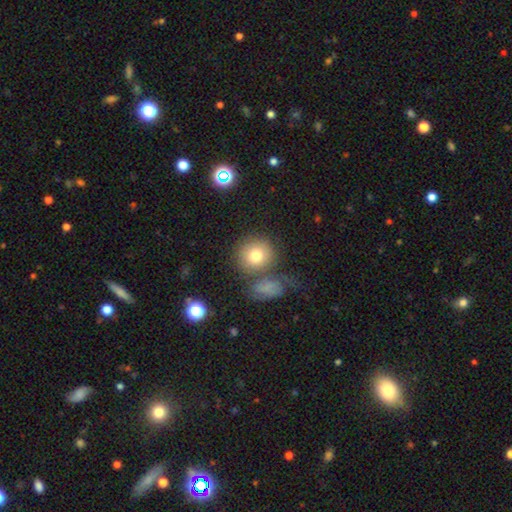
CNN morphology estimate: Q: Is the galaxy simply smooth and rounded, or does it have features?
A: smooth — 75%.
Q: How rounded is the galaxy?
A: round — 86%.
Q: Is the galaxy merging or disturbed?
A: none — 63%.